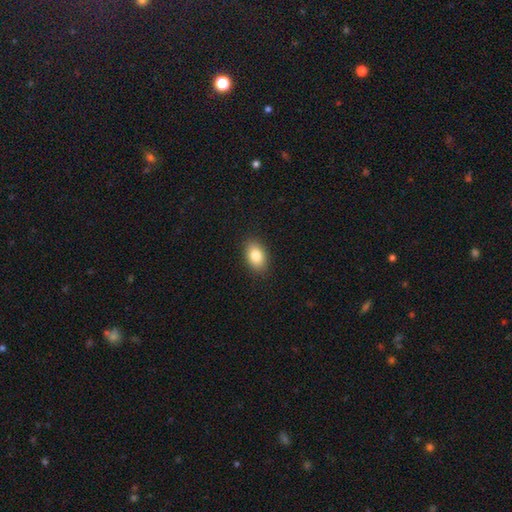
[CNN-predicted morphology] This is clearly a smooth galaxy (83%). How rounded: clearly in between (87%). Merging: clearly none (89%).